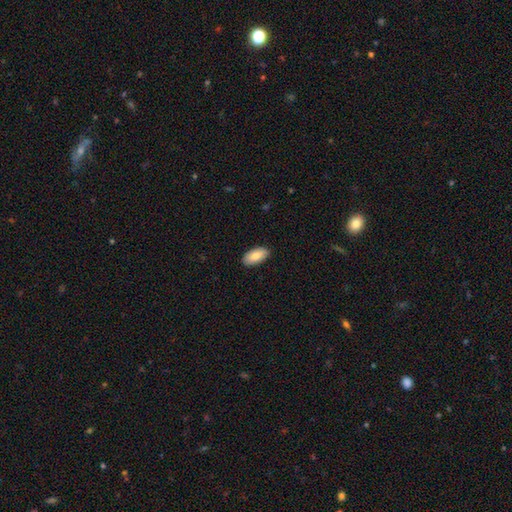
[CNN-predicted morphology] Smooth or featured?
  - smooth: 83% *
  - featured or disk: 11%
  - star or artifact: 6%
How rounded?
  - in between: 93% *
  - cigar-shaped: 4%
  - round: 2%
Merging?
  - none: 88% *
  - minor disturbance: 9%
  - major disturbance: 2%
  - merger: 1%